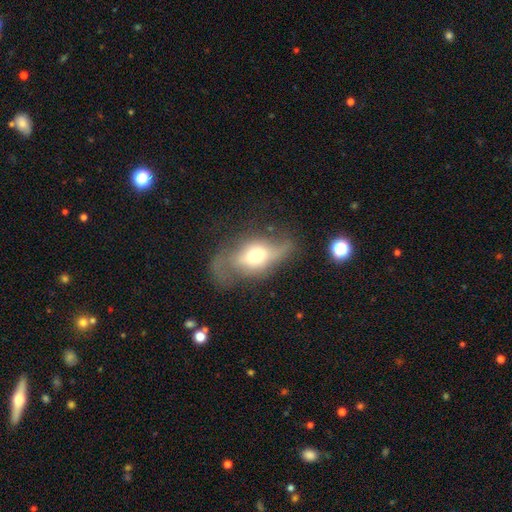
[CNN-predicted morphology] This appears to be a featured or disk galaxy (50%). Merging: none (37%).